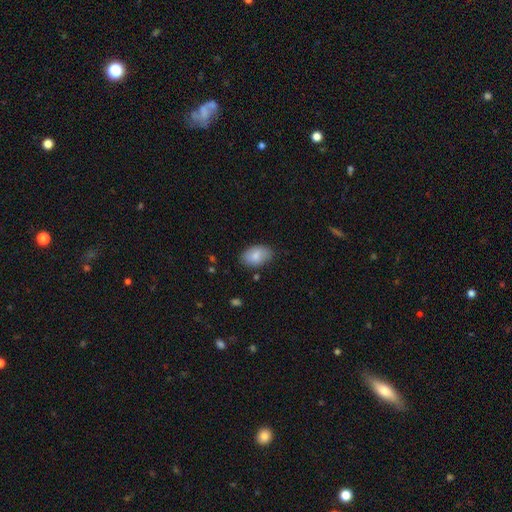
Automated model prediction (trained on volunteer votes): This is clearly a smooth galaxy (82%). How rounded: clearly in between (91%). Merging: likely none (78%).